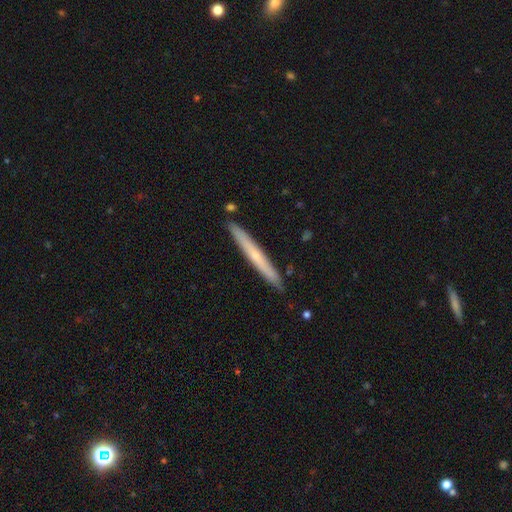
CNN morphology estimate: smooth-or-featured: featured or disk: 49% | smooth: 46% | star or artifact: 6%
  merging: none: 89% | minor disturbance: 8% | merger: 2% | major disturbance: 1%